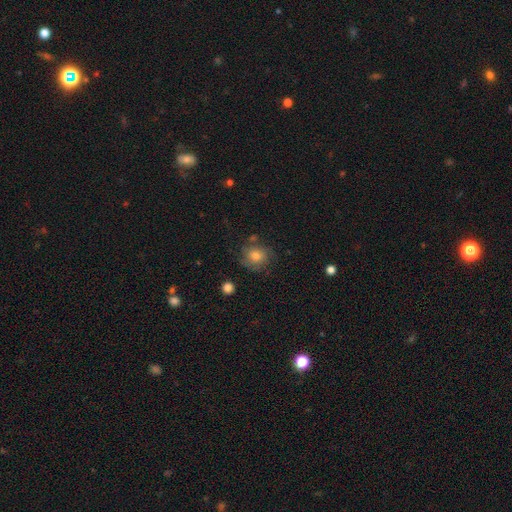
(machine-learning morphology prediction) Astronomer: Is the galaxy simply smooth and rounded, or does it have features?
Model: smooth — 49% (runner-up: featured or disk, 38%).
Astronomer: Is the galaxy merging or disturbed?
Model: none — 71%.